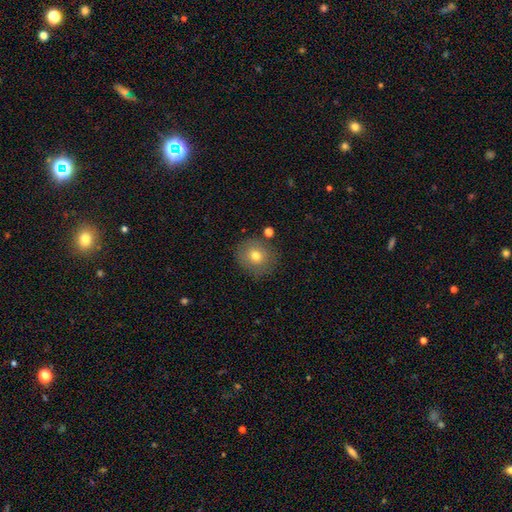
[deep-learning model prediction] Smooth or featured?
  - smooth: 72% *
  - featured or disk: 17%
  - star or artifact: 11%
How rounded?
  - round: 83% *
  - in between: 16%
  - cigar-shaped: 1%
Merging?
  - none: 80% *
  - minor disturbance: 12%
  - major disturbance: 4%
  - merger: 4%